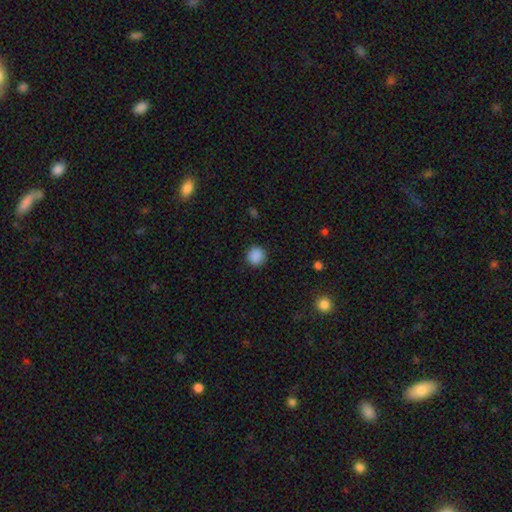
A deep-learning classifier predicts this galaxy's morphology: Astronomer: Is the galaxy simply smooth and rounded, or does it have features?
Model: smooth — 89%.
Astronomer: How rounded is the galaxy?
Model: round — 93%.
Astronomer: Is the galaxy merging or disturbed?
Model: none — 91%.